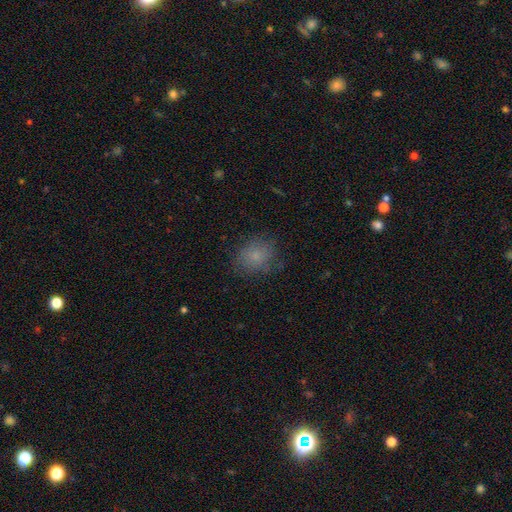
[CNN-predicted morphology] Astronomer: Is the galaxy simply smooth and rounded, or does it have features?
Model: smooth — 78%.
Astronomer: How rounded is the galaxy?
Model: round — 60% (runner-up: in between, 39%).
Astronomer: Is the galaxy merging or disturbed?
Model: none — 75%.